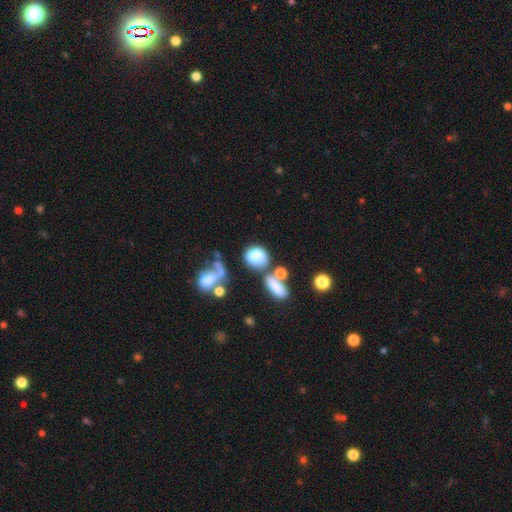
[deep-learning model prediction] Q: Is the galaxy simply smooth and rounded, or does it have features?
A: smooth — 71%.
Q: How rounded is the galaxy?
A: in between — 51%.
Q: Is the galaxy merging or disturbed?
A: merger — 39%.